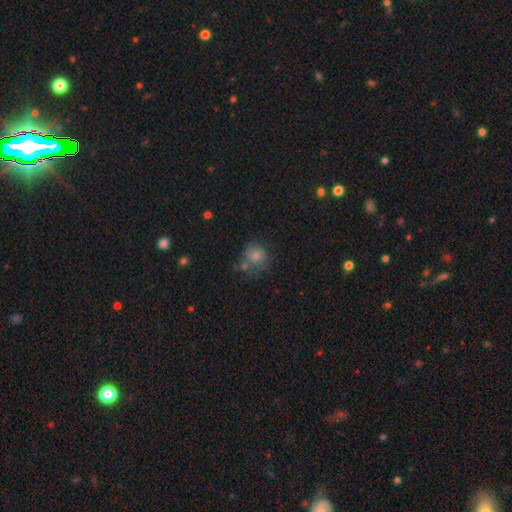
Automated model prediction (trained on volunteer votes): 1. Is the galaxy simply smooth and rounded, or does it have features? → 69% smooth, 20% featured or disk, 10% star or artifact.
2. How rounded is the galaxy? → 75% round, 24% in between, 1% cigar-shaped.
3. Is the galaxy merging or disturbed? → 42% none, 22% minor disturbance, 20% merger, 16% major disturbance.